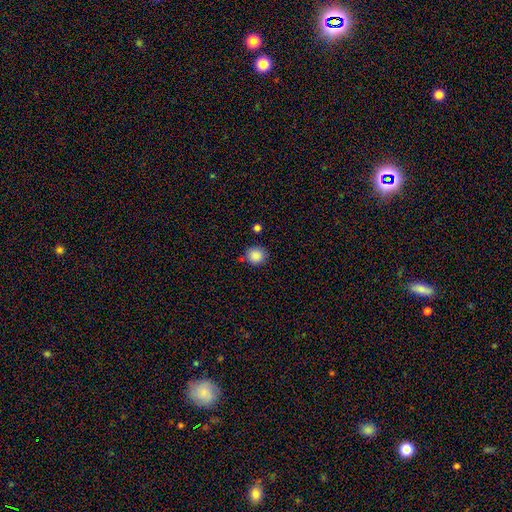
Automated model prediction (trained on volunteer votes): Morphology: type=smooth (88%); roundness=round (89%); merging=none (81%).